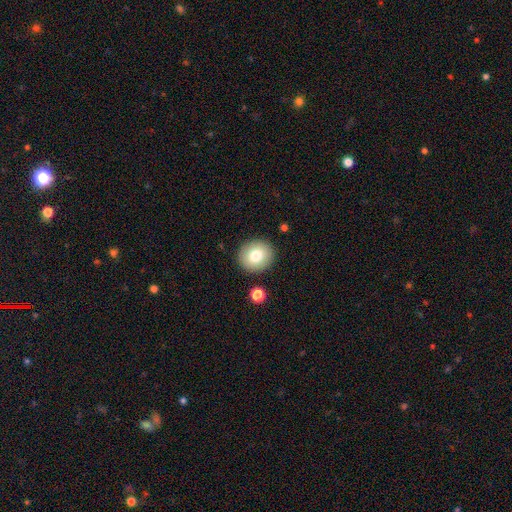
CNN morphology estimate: This appears to be a smooth galaxy with no disk features (79%) that is round (84%). Merging: none (89%).